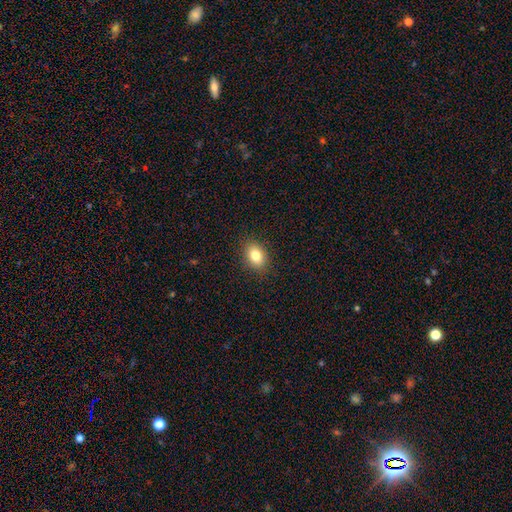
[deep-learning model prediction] This appears to be a smooth galaxy with no disk features (82%) that is in between round and cigar-shaped (79%). Merging: none (89%).